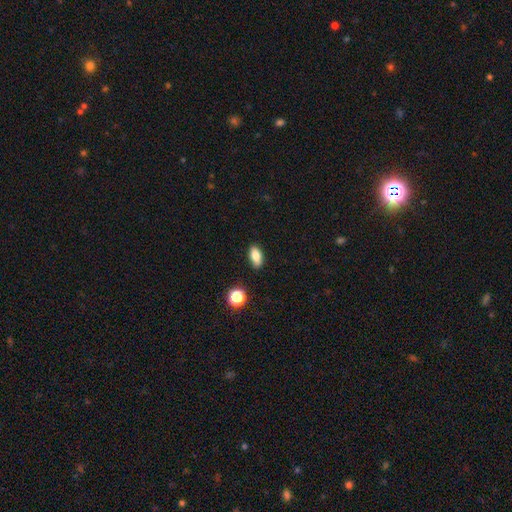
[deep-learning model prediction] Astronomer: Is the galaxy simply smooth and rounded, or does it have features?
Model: smooth — 80%.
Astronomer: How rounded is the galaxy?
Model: in between — 85%.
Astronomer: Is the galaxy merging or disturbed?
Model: none — 86%.